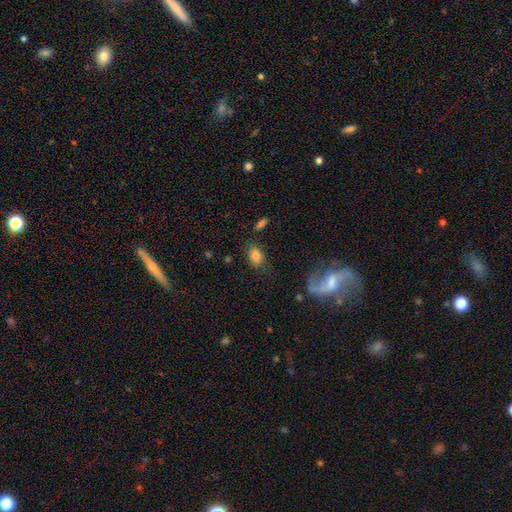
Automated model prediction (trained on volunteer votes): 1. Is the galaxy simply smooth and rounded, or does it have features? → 78% smooth, 13% featured or disk, 9% star or artifact.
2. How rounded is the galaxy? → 79% in between, 19% round, 2% cigar-shaped.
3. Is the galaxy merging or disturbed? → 72% none, 17% minor disturbance, 7% major disturbance, 4% merger.